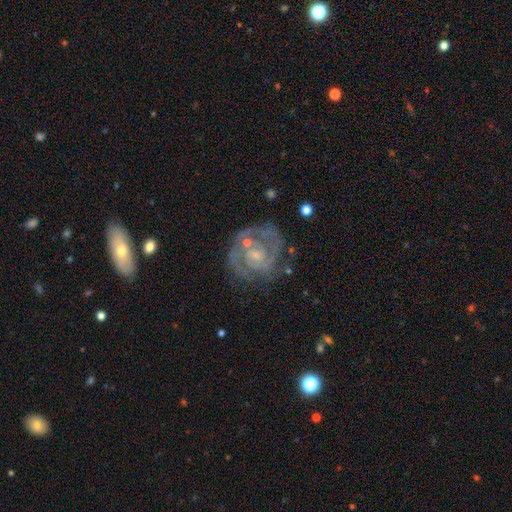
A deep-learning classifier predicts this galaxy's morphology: A featured or disk galaxy (87%) with no bar (51%), 2 (57%) tight (64%) spiral arms (94%) and a small central bulge (64%). Merging: none (69%).